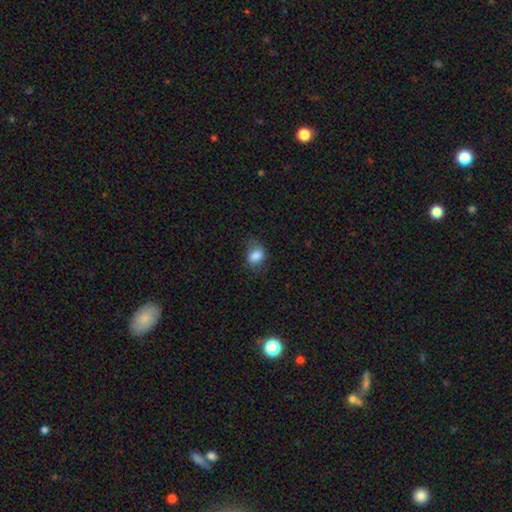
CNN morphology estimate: Smooth or featured?
  - smooth: 84% *
  - star or artifact: 9%
  - featured or disk: 7%
How rounded?
  - in between: 64% *
  - round: 35%
  - cigar-shaped: 1%
Merging?
  - none: 65% *
  - minor disturbance: 25%
  - major disturbance: 9%
  - merger: 1%